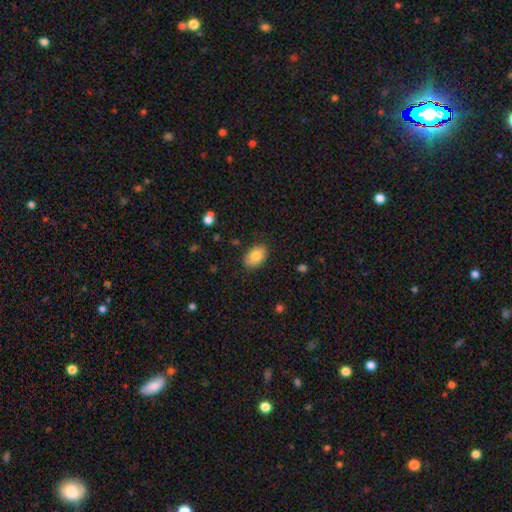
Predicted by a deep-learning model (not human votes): smooth-or-featured: smooth: 81% | featured or disk: 12% | star or artifact: 7%
  how-rounded: in between: 86% | round: 12% | cigar-shaped: 1%
  merging: none: 84% | minor disturbance: 12% | major disturbance: 2% | merger: 1%